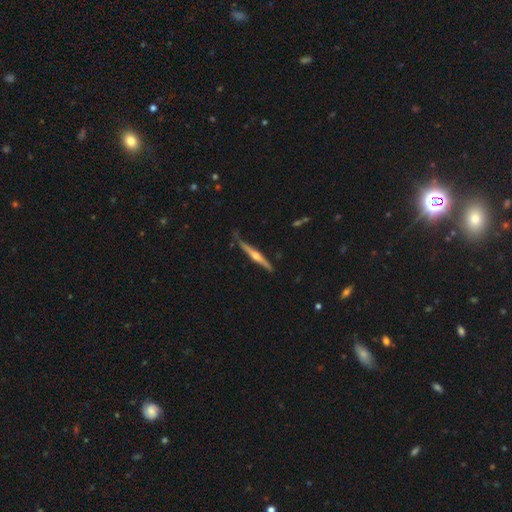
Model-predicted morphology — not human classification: Smooth or featured?
  - featured or disk: 76% *
  - smooth: 19%
  - star or artifact: 5%
Edge-on disk?
  - yes: 97% *
  - no: 3%
Edge-on bulge?
  - rounded: 90% *
  - none: 6%
  - boxy: 4%
Merging?
  - none: 77% *
  - minor disturbance: 18%
  - major disturbance: 3%
  - merger: 2%